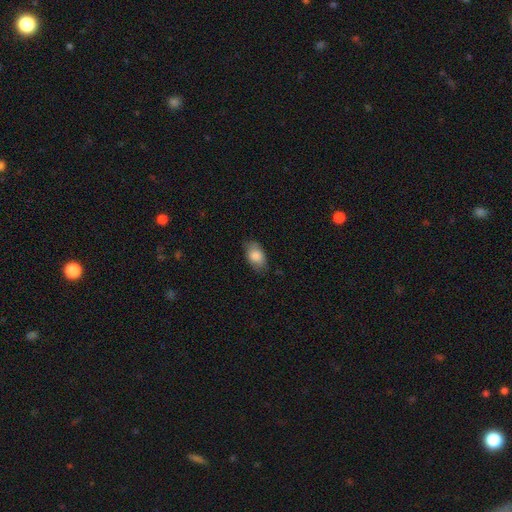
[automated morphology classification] This is clearly a smooth galaxy (84%). How rounded: clearly in between (91%). Merging: likely none (77%).